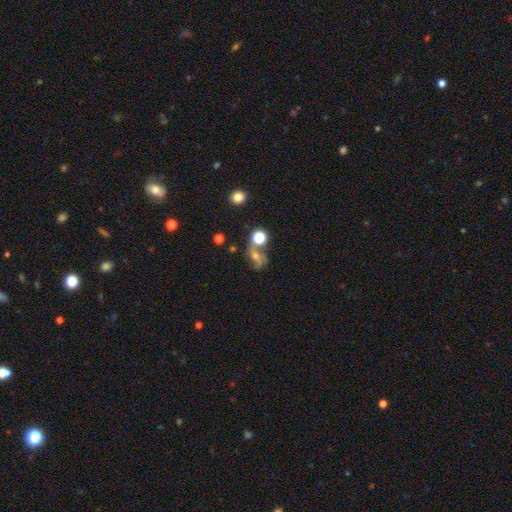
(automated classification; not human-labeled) This appears to be a featured or disk galaxy (50%). Merging: none (48%).